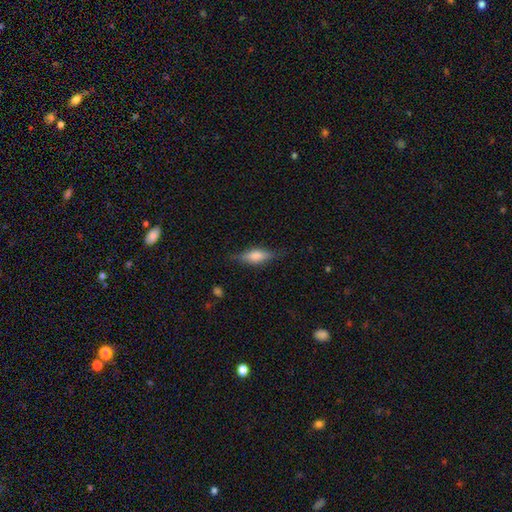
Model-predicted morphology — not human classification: Smooth or featured: smooth — 54% (featured or disk — 39%)
How rounded: in between — 62% (cigar-shaped — 35%)
Merging: none — 76% (minor disturbance — 18%)